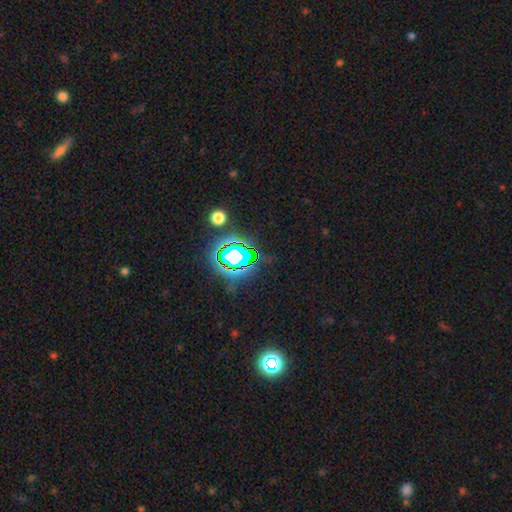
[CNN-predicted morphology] Smooth or featured?
  - star or artifact: 77% *
  - smooth: 14%
  - featured or disk: 9%